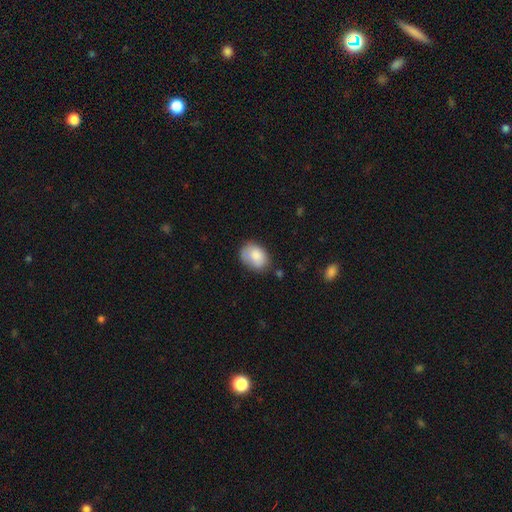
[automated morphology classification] This is clearly a smooth galaxy (82%). How rounded: likely in between (73%). Merging: likely none (63%).